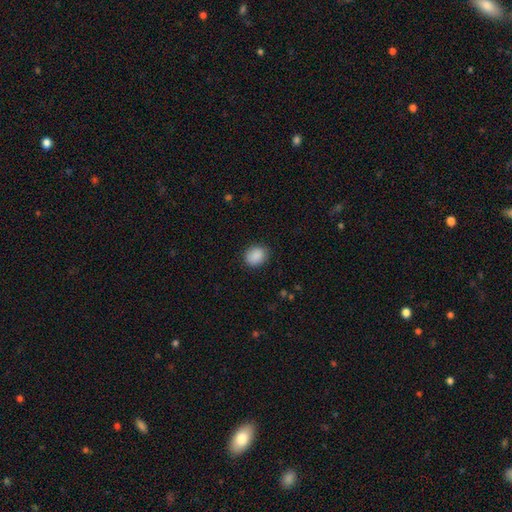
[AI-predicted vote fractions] Smooth or featured? Predicted: smooth (p=0.89). How rounded? Predicted: round (p=0.61). Merging? Predicted: none (p=0.85).